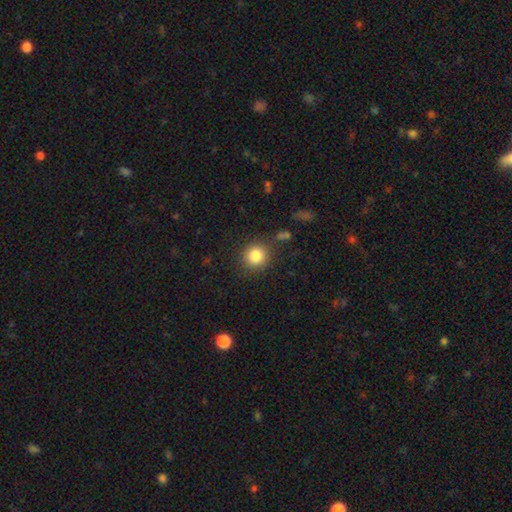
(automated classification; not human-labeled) Morphology: type=smooth (84%); roundness=round (92%); merging=none (86%).